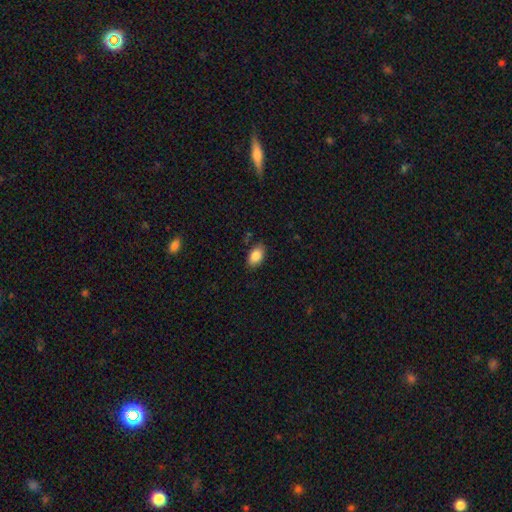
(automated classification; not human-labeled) smooth_or_featured: smooth (p=0.86) [alt: star or artifact p=0.08]
how_rounded: in between (p=0.90) [alt: round p=0.08]
merging: none (p=0.83) [alt: minor disturbance p=0.13]